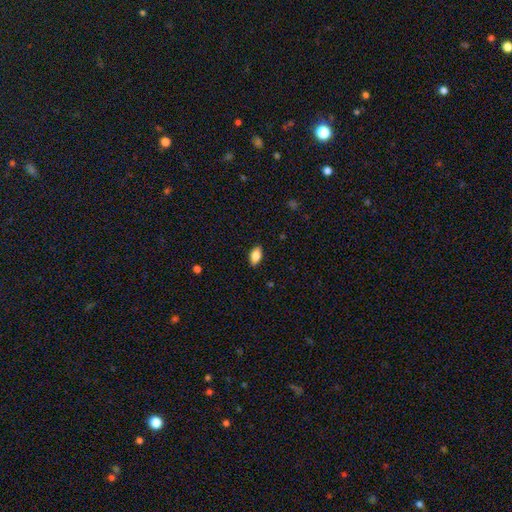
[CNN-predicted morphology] type=smooth (84%); roundness=in between (91%); merging=none (87%).